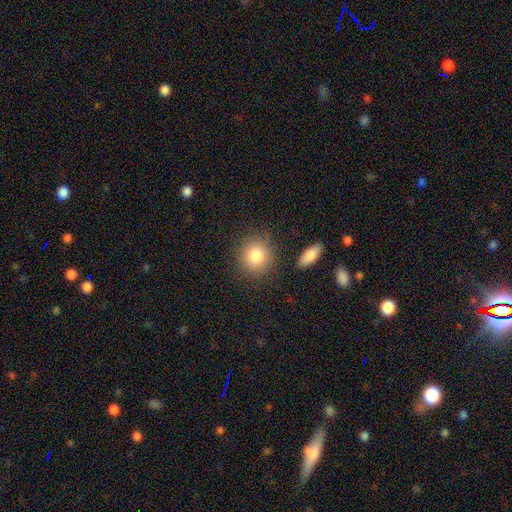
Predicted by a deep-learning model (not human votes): smooth 83%, featured or disk 9%, star or artifact 8%. Down the decision tree: how rounded — round (84%); merging — none (81%).